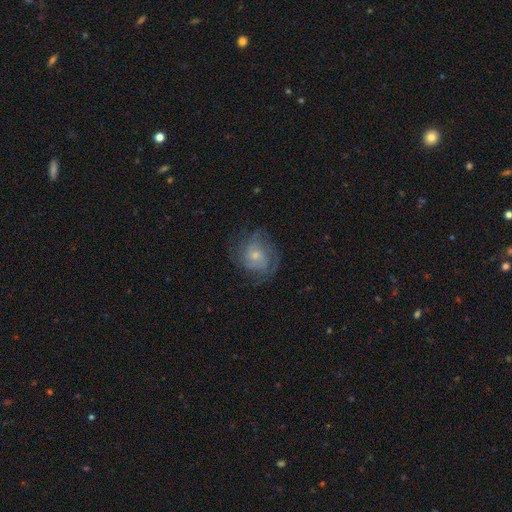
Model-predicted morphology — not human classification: The model was most divided on "spiral winding": tight: 51%, medium: 36%, loose: 13%. Remaining: edge-on disk — no (97%); spiral arms — yes (87%); bar — no (76%); merging — none (68%); smooth or featured — featured or disk (67%); bulge size — small (57%); spiral arm count — can't tell (39%).